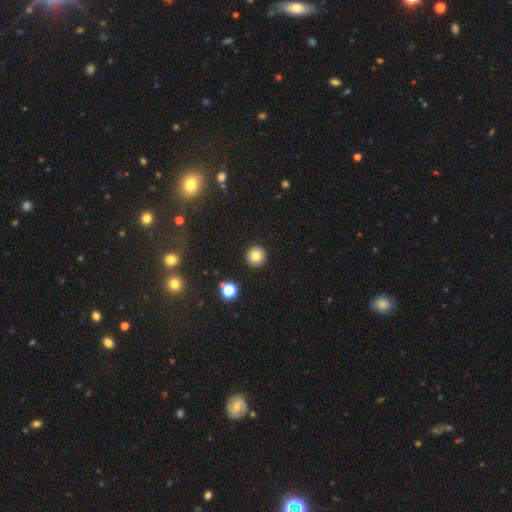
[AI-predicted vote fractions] This appears to be a smooth galaxy with no disk features (81%) that is round (96%). Merging: none (92%).